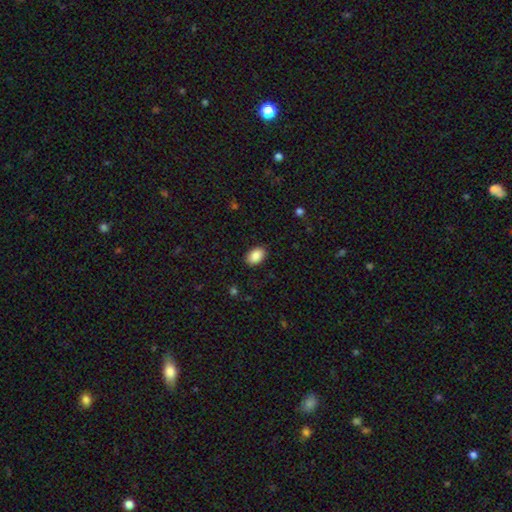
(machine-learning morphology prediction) This appears to be a smooth galaxy with no disk features (89%) that is in between round and cigar-shaped (87%). Merging: none (88%).